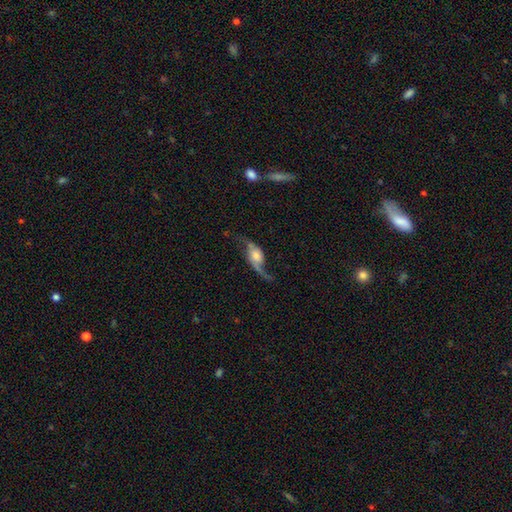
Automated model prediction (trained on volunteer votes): featured or disk 81%, smooth 12%, star or artifact 7%. Down the decision tree: edge-on disk — no (91%); bar — no (63%); spiral arms — yes (94%); spiral arm count — 2 (86%); spiral winding — loose (84%); bulge size — moderate (40%); merging — none (60%).